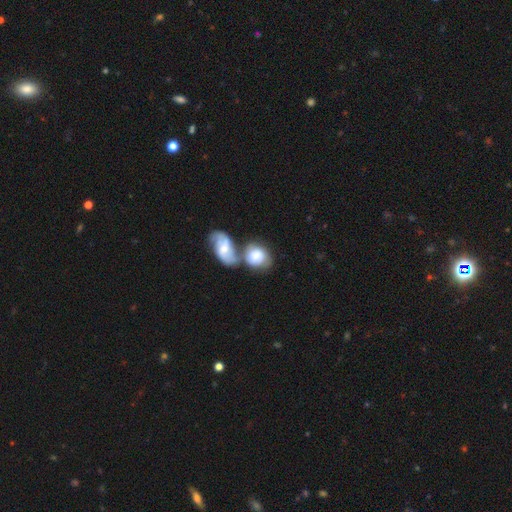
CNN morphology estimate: The model was most divided on "how rounded": round: 52%, in between: 47%, cigar-shaped: 2%. More confident: merging — merger (61%); smooth or featured — smooth (59%).